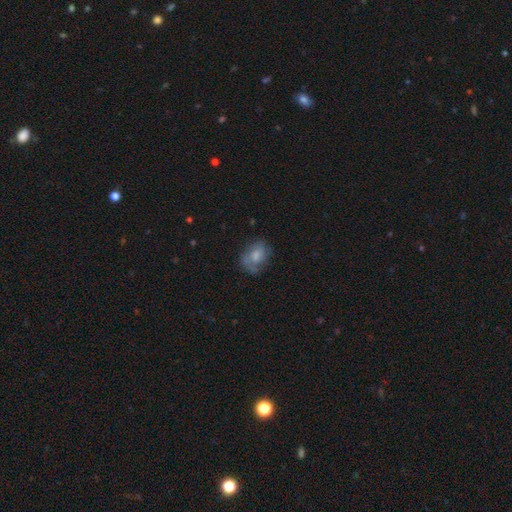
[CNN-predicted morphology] This appears to be a smooth galaxy with no disk features (57%) that is in between round and cigar-shaped (67%). Merging: none (52%).